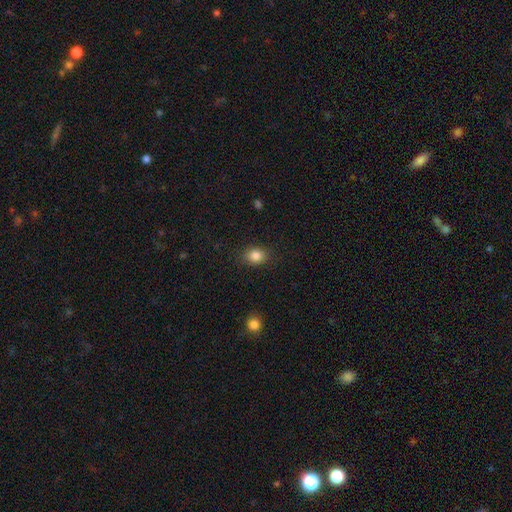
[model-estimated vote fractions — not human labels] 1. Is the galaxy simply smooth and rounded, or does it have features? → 85% smooth, 10% star or artifact, 5% featured or disk.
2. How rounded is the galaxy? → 50% round, 49% in between, 1% cigar-shaped.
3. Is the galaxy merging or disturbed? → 85% none, 11% minor disturbance, 3% major disturbance, 1% merger.